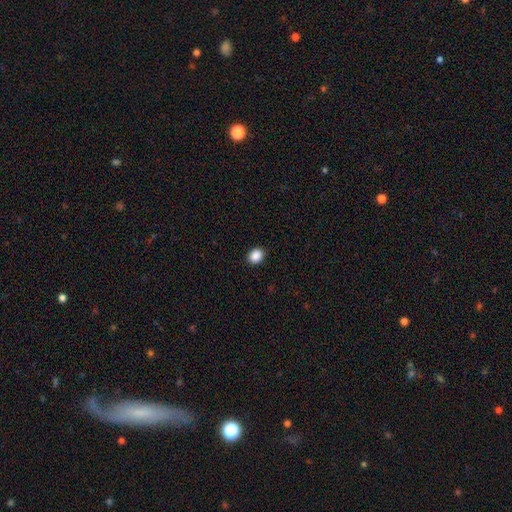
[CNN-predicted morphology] smooth 89%, star or artifact 9%, featured or disk 2%. Down the decision tree: how rounded — round (54%); merging — none (92%).